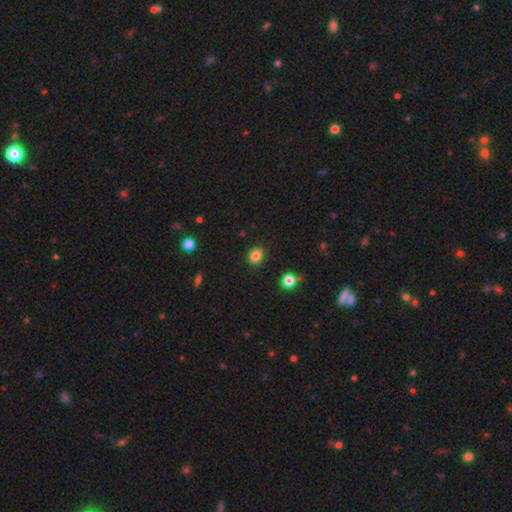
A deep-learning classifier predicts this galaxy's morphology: This appears to be a smooth galaxy with no disk features (85%) that is round (62%). Merging: none (89%).